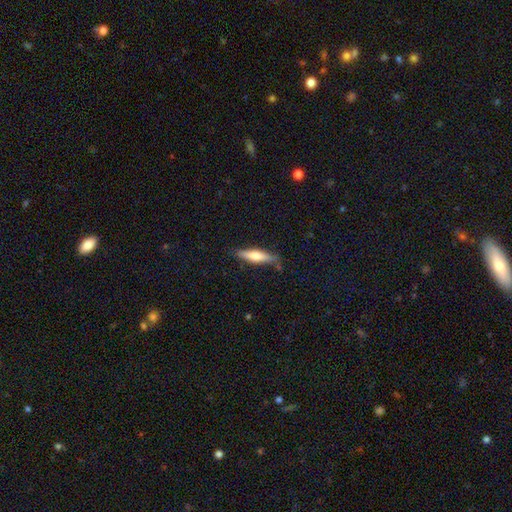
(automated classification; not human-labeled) Overall: smooth (54%; featured or disk 40%). How rounded: cigar-shaped (77%). Merging: none (72%).